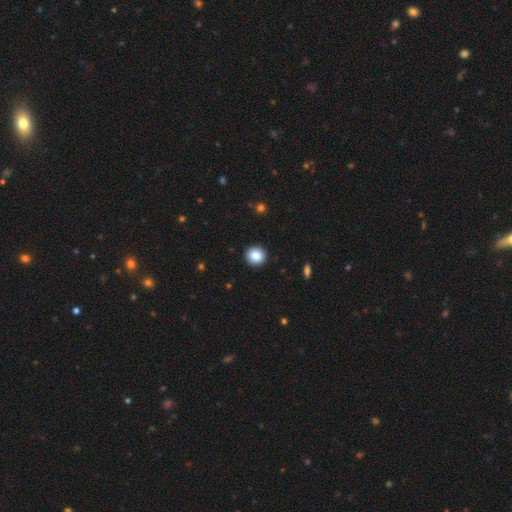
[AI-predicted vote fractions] smooth_or_featured: smooth (p=0.87) [alt: star or artifact p=0.09]
how_rounded: round (p=0.88) [alt: in between p=0.11]
merging: none (p=0.92) [alt: minor disturbance p=0.05]